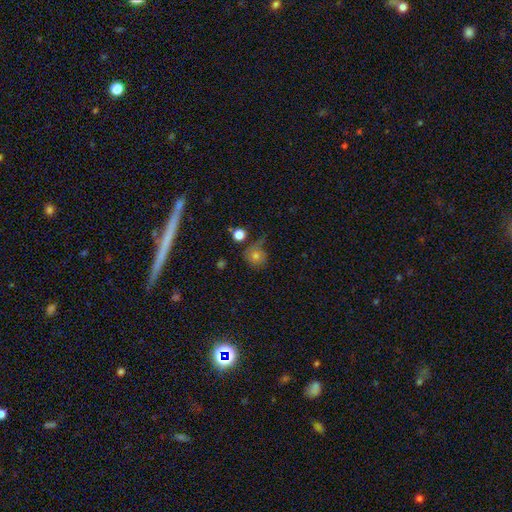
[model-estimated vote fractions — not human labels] Smooth or featured?
  - smooth: 70% *
  - featured or disk: 16%
  - star or artifact: 14%
How rounded?
  - round: 84% *
  - in between: 14%
  - cigar-shaped: 1%
Merging?
  - none: 50% *
  - minor disturbance: 24%
  - major disturbance: 16%
  - merger: 9%